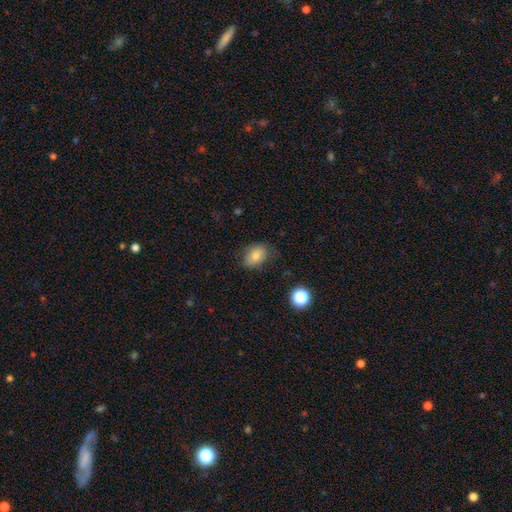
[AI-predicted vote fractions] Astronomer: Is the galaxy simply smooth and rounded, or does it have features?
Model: smooth — 79%.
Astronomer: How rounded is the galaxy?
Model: in between — 79%.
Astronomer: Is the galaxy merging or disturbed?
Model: none — 72%.